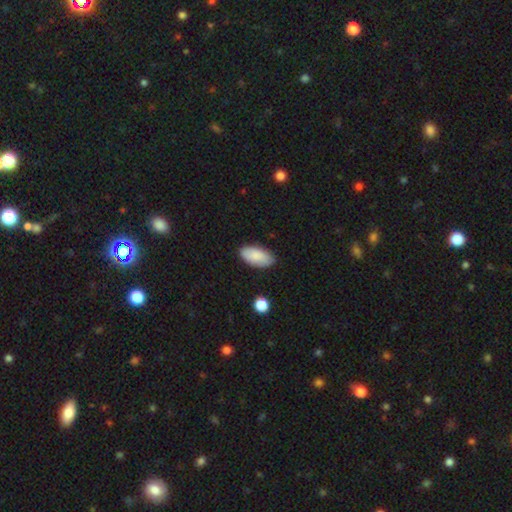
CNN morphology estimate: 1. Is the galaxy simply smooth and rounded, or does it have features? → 86% smooth, 8% featured or disk, 6% star or artifact.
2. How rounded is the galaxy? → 93% in between, 4% cigar-shaped, 2% round.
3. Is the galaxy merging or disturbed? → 84% none, 12% minor disturbance, 2% major disturbance, 1% merger.